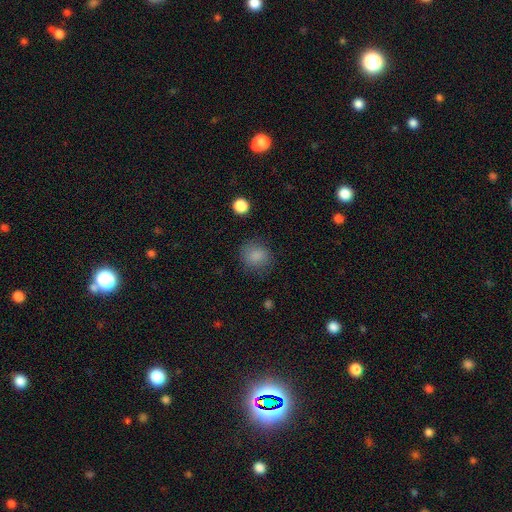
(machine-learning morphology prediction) Smooth or featured? smooth (85%)
How rounded? round (80%)
Merging? none (80%)